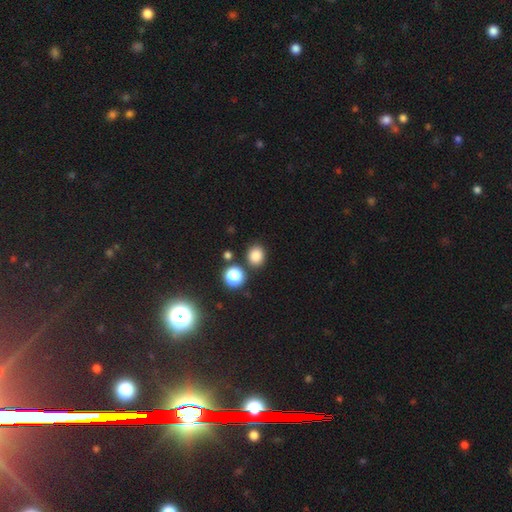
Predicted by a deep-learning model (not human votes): The model was most divided on "how rounded": round: 71%, in between: 28%, cigar-shaped: 1%. More confident: smooth or featured — smooth (82%); merging — none (82%).